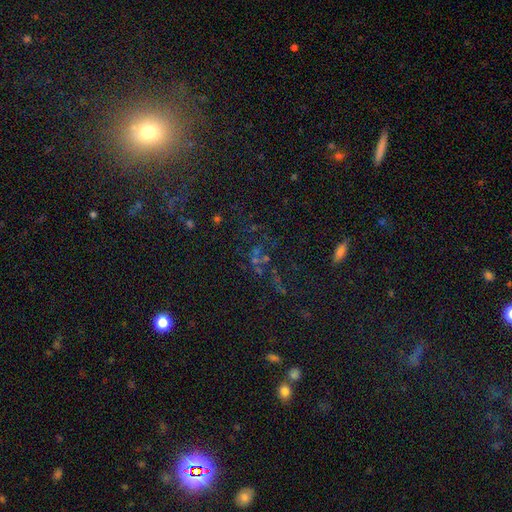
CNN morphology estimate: A star or artifact, not a galaxy (59%).